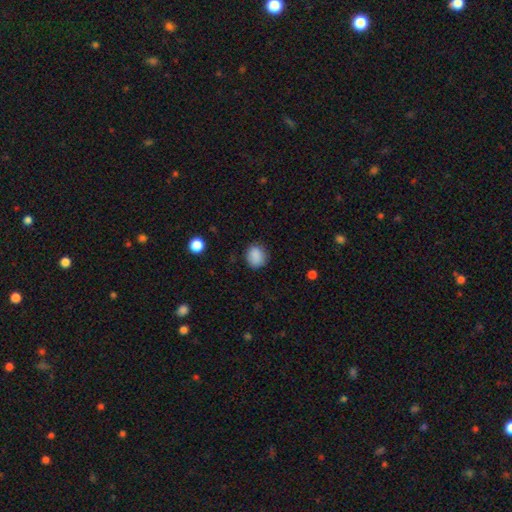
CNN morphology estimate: This appears to be a smooth galaxy with no disk features (88%) that is round (66%). Merging: none (82%).